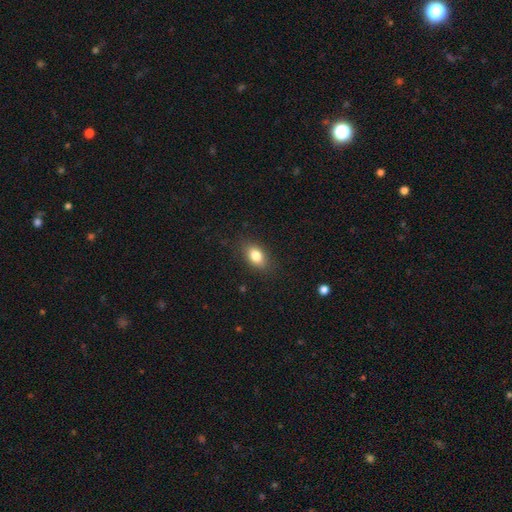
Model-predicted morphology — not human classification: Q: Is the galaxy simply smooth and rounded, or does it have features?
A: smooth — 82%.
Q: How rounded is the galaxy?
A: in between — 85%.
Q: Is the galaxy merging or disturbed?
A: none — 85%.